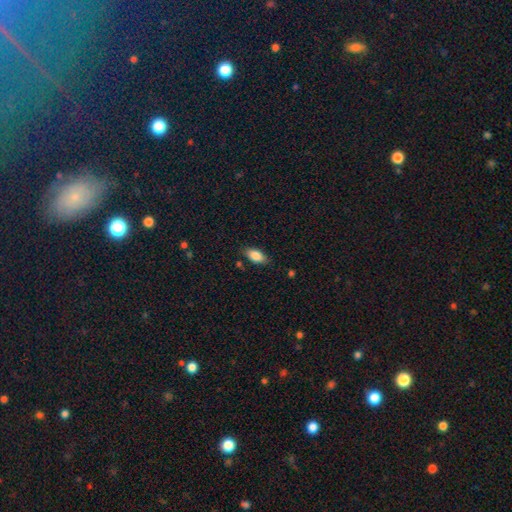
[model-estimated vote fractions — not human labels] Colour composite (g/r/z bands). It shows a smooth galaxy with no disk features (85%) that is in between round and cigar-shaped (90%). Merging: none (81%).